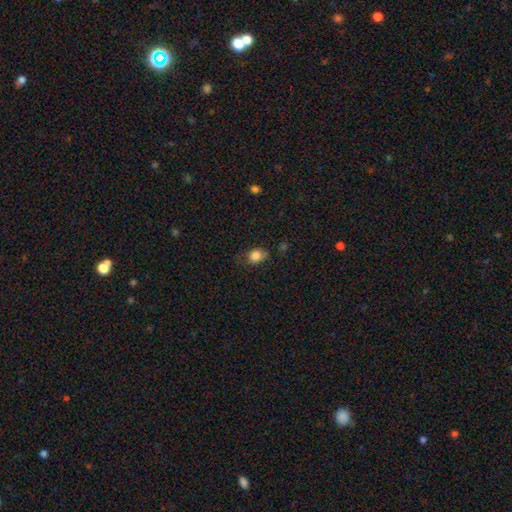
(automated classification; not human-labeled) Smooth or featured: smooth — 84% (star or artifact — 10%)
How rounded: in between — 50% (round — 49%)
Merging: none — 58% (minor disturbance — 30%)